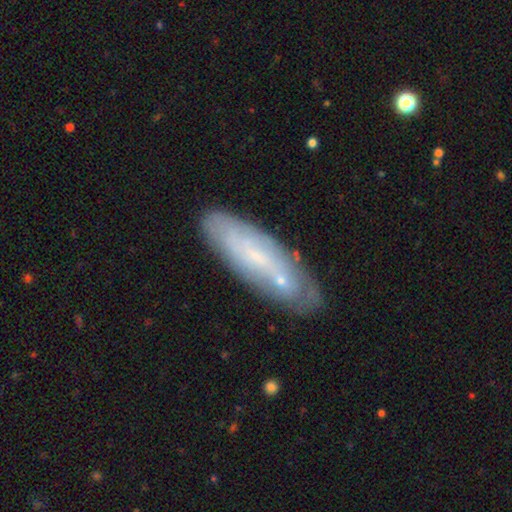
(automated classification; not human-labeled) Overall: featured or disk (55%; smooth 37%). Edge-on disk: no (73%). Merging: none (75%).